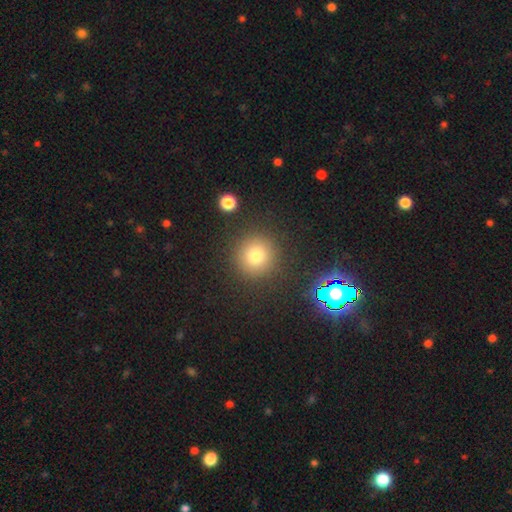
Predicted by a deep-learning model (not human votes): A smooth galaxy with no disk features (77%) that is round (94%). Merging: none (88%).